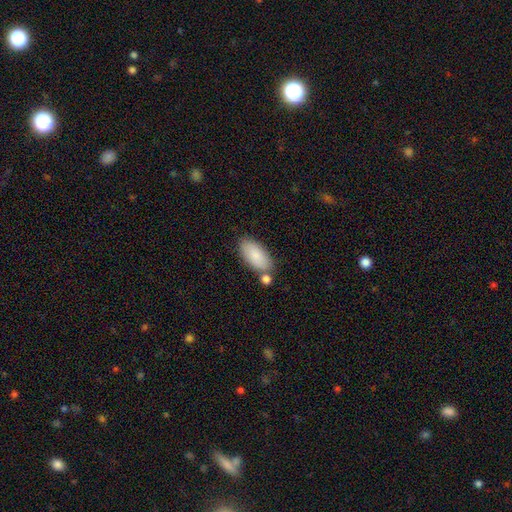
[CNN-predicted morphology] Smooth or featured: smooth — 85% (featured or disk — 9%)
How rounded: in between — 92% (cigar-shaped — 6%)
Merging: none — 66% (merger — 16%)